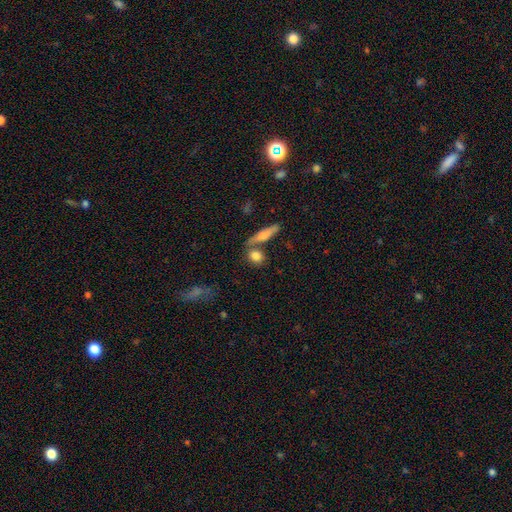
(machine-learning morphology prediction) Smooth or featured?
  - smooth: 79% *
  - featured or disk: 13%
  - star or artifact: 8%
How rounded?
  - round: 44% *
  - in between: 43%
  - cigar-shaped: 13%
Merging?
  - none: 61% *
  - merger: 24%
  - minor disturbance: 11%
  - major disturbance: 4%